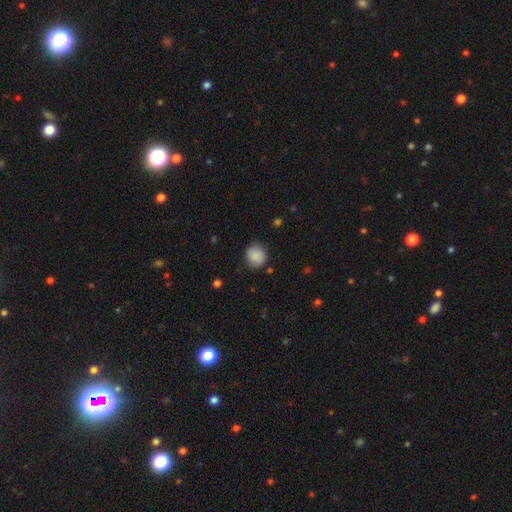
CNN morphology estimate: A smooth galaxy with no disk features (87%) that is round (86%).

Vote fractions:
- Smooth or featured? smooth: 87% / star or artifact: 8% / featured or disk: 5%
- How rounded? round: 86% / in between: 13% / cigar-shaped: 1%
- Merging? none: 82% / minor disturbance: 14% / major disturbance: 3% / merger: 1%